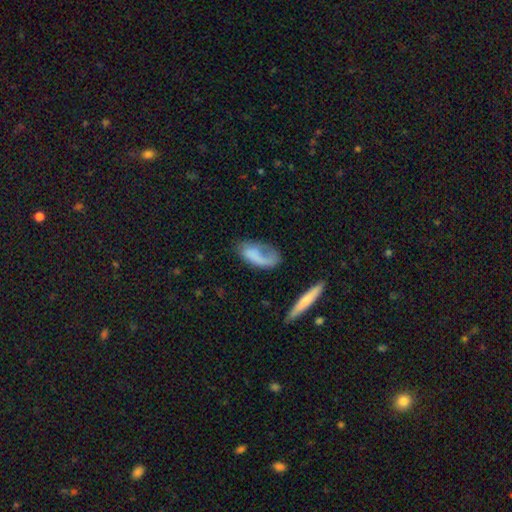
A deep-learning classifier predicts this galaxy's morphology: This is possibly a smooth galaxy (59%). How rounded: clearly in between (85%). Merging: marginally none (36%).